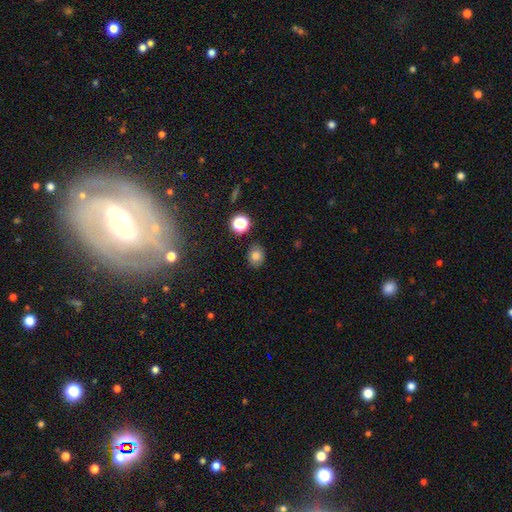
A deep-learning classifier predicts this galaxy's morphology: Smooth or featured: smooth — 78% (star or artifact — 14%)
How rounded: round — 56% (in between — 43%)
Merging: none — 86% (minor disturbance — 9%)